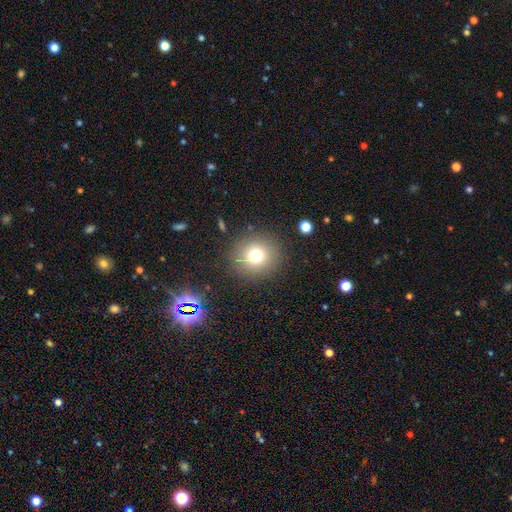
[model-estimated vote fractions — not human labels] The model was most divided on "smooth or featured": smooth: 74%, star or artifact: 15%, featured or disk: 11%. More confident: how rounded — round (90%); merging — none (87%).